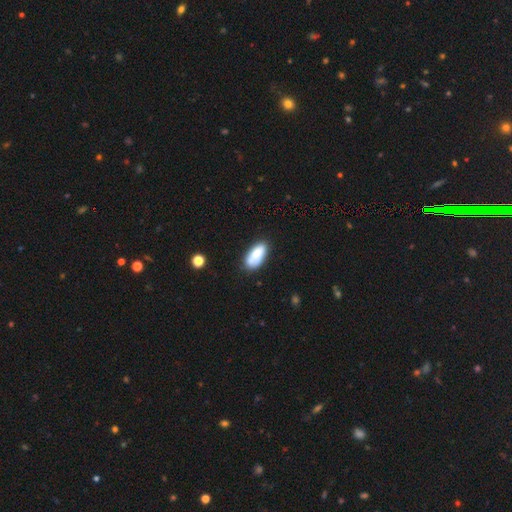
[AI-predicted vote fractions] Q: Smooth or featured?
A: smooth (81%); runner-up: featured or disk (12%)
Q: How rounded?
A: in between (87%); runner-up: cigar-shaped (10%)
Q: Merging?
A: none (74%); runner-up: minor disturbance (19%)